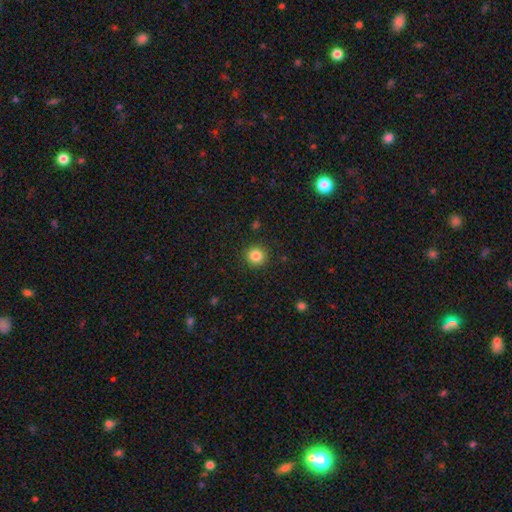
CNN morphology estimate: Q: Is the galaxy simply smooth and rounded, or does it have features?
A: smooth — 84%.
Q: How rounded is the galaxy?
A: round — 93%.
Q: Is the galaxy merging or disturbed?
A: none — 92%.